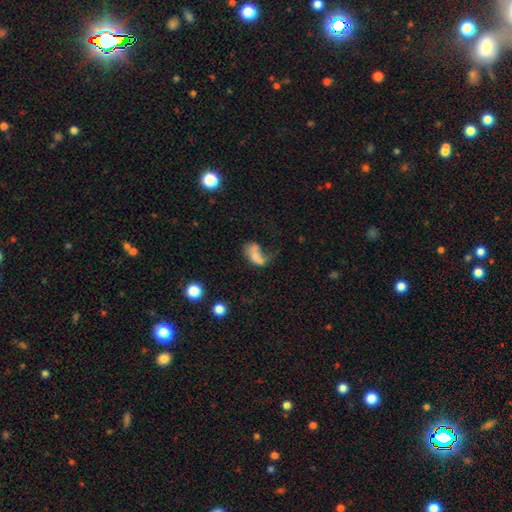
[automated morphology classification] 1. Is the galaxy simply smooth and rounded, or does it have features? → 53% smooth, 34% featured or disk, 13% star or artifact.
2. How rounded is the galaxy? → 81% in between, 16% round, 4% cigar-shaped.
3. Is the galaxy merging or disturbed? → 37% merger, 32% major disturbance, 18% none, 13% minor disturbance.